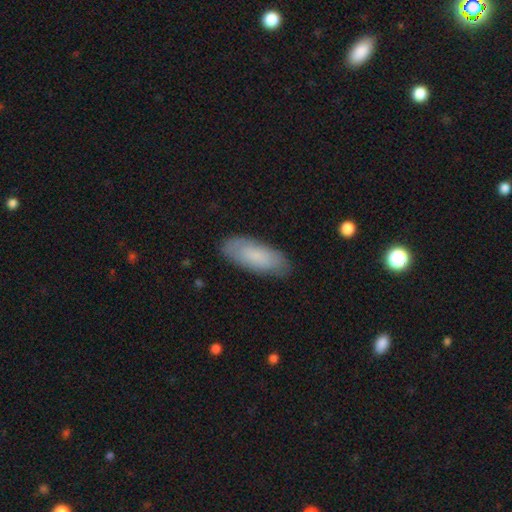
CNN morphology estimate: A smooth galaxy with no disk features (74%) that is in between round and cigar-shaped (78%). Merging: none (83%).